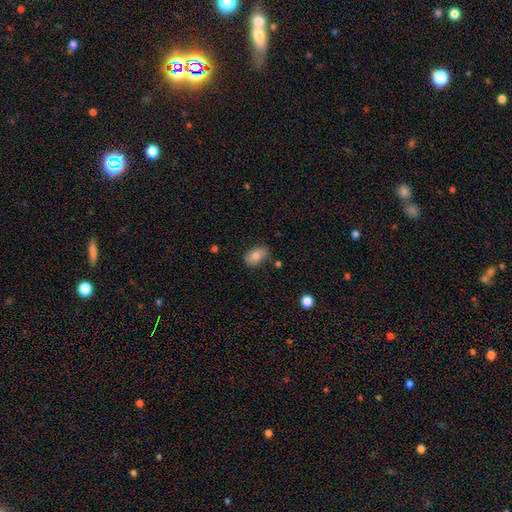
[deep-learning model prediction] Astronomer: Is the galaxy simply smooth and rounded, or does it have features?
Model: smooth — 78%.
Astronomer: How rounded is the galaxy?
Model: in between — 88%.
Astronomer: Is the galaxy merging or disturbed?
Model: none — 74%.